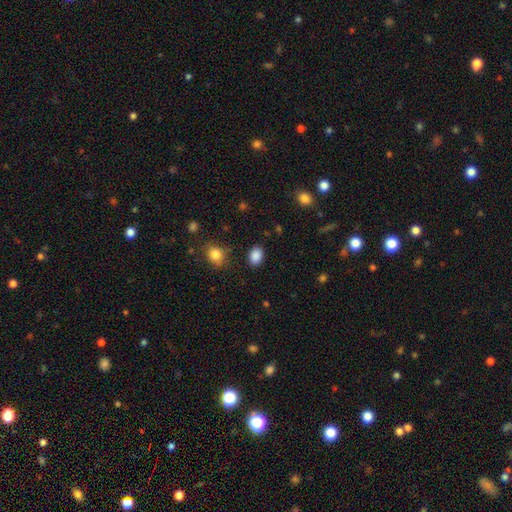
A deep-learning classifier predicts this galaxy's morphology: This is clearly a smooth galaxy (88%). How rounded: likely in between (75%). Merging: clearly none (85%).